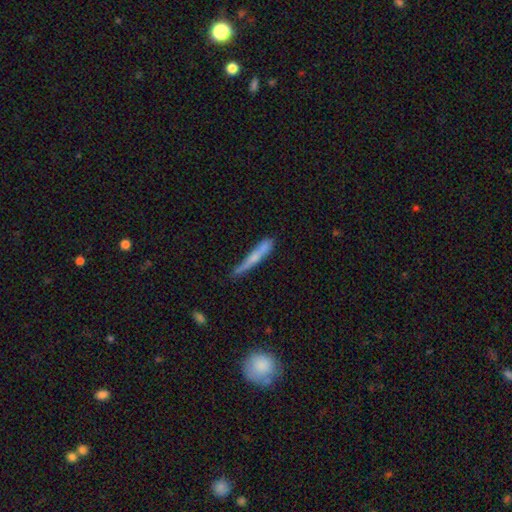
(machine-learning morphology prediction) Smooth or featured?
  - smooth: 56% *
  - featured or disk: 37%
  - star or artifact: 7%
How rounded?
  - cigar-shaped: 94% *
  - in between: 5%
  - round: 2%
Merging?
  - none: 56% *
  - minor disturbance: 27%
  - major disturbance: 9%
  - merger: 8%